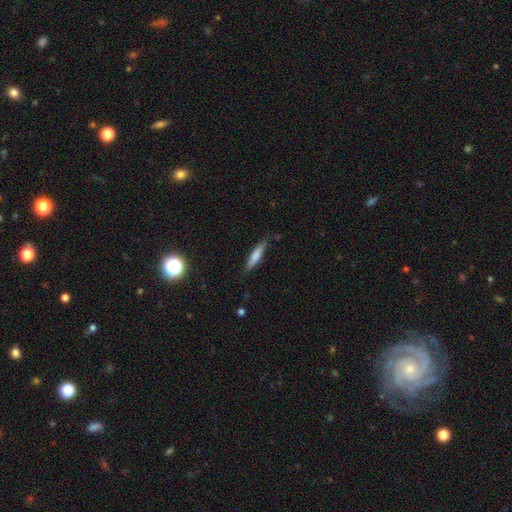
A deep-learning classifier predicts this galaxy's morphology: smooth-or-featured: smooth: 70% | featured or disk: 23% | star or artifact: 7%
  how-rounded: cigar-shaped: 84% | in between: 14% | round: 1%
  merging: none: 81% | minor disturbance: 14% | major disturbance: 3% | merger: 2%